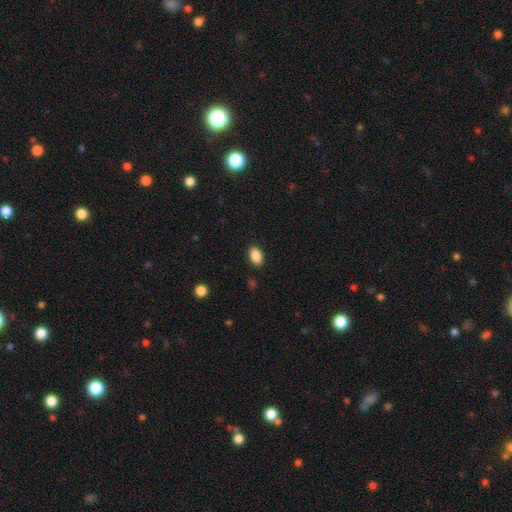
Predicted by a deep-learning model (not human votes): Q: Smooth or featured?
A: smooth (88%); runner-up: star or artifact (8%)
Q: How rounded?
A: in between (89%); runner-up: round (9%)
Q: Merging?
A: none (87%); runner-up: minor disturbance (9%)